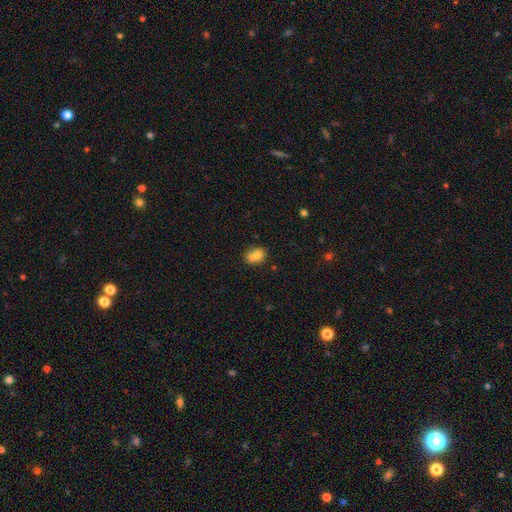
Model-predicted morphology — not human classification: Smooth or featured: smooth — 74% (featured or disk — 16%)
How rounded: in between — 63% (round — 36%)
Merging: none — 44% (merger — 40%)